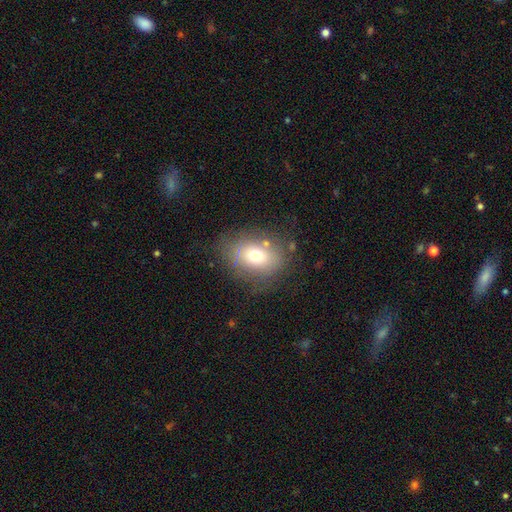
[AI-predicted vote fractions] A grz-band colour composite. It shows a smooth galaxy with no disk features (67%) that is in between round and cigar-shaped (57%). Merging: none (71%).